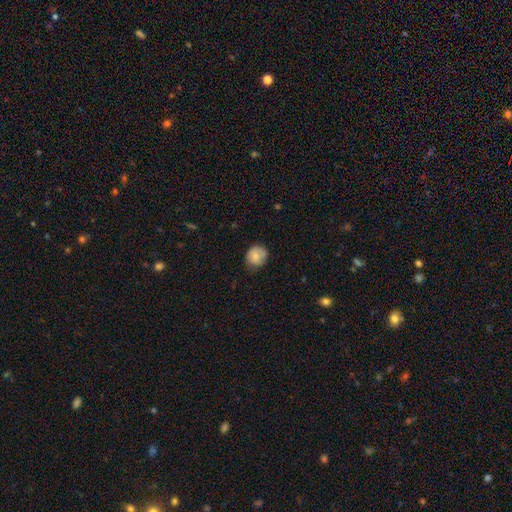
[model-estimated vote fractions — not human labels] Smooth or featured? smooth (78%)
How rounded? round (77%)
Merging? none (69%)